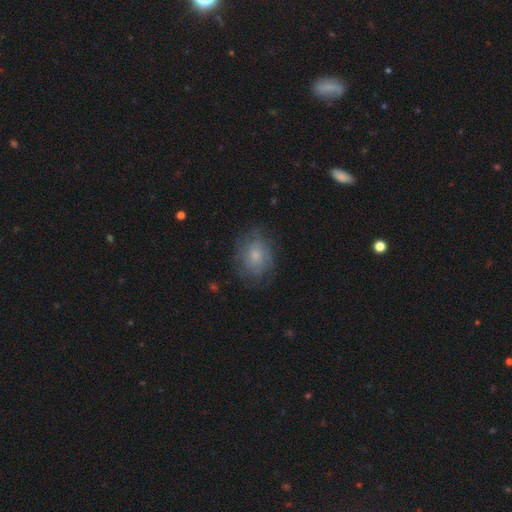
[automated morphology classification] smooth 54%, featured or disk 37%, star or artifact 9%. Down the decision tree: how rounded — in between (54%); merging — none (70%).